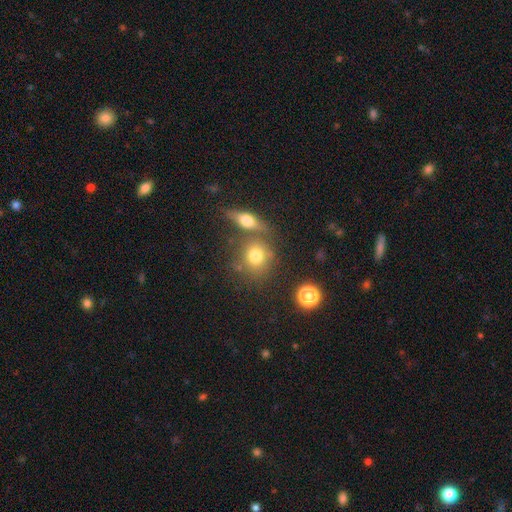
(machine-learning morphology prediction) Q: Smooth or featured?
A: smooth (73%); runner-up: featured or disk (15%)
Q: How rounded?
A: round (73%); runner-up: in between (24%)
Q: Merging?
A: none (58%); runner-up: merger (27%)